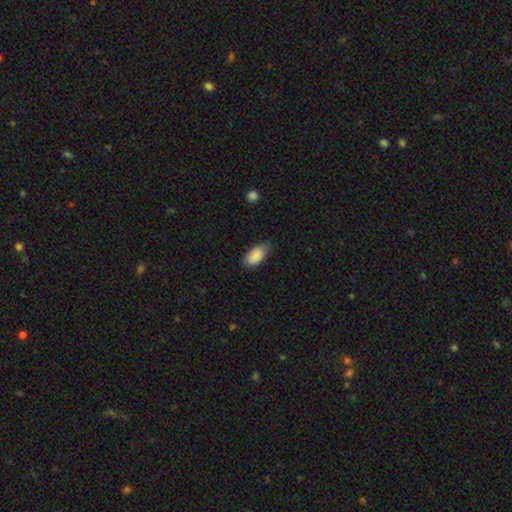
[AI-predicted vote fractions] smooth 89%, star or artifact 6%, featured or disk 5%. Down the decision tree: how rounded — in between (93%); merging — none (74%).